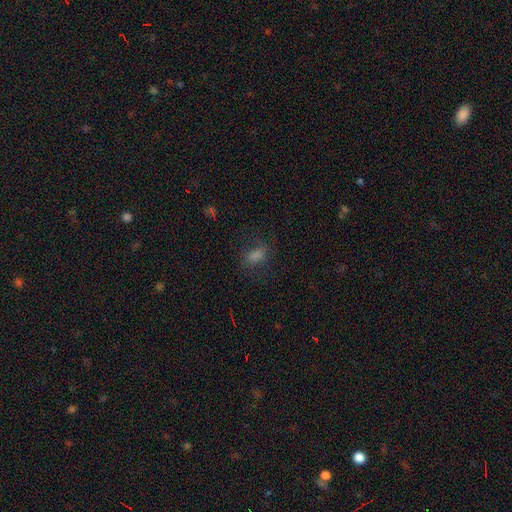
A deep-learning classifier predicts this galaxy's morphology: smooth 65%, star or artifact 22%, featured or disk 14%. Down the decision tree: how rounded — in between (78%); merging — none (71%).